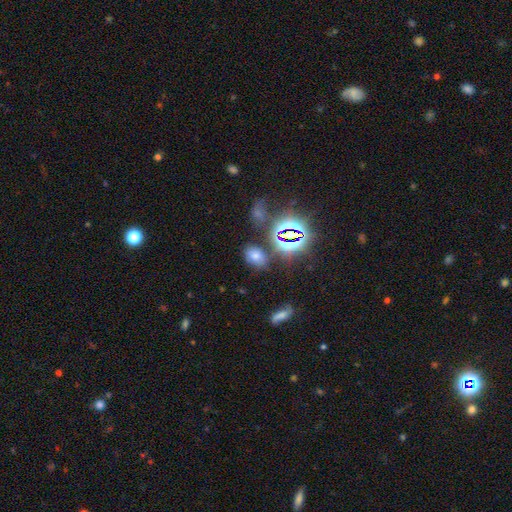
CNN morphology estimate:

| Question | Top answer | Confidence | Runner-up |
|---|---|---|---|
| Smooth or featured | smooth | 57% | star or artifact (32%) |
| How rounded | in between | 81% | round (17%) |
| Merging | none | 74% | minor disturbance (14%) |